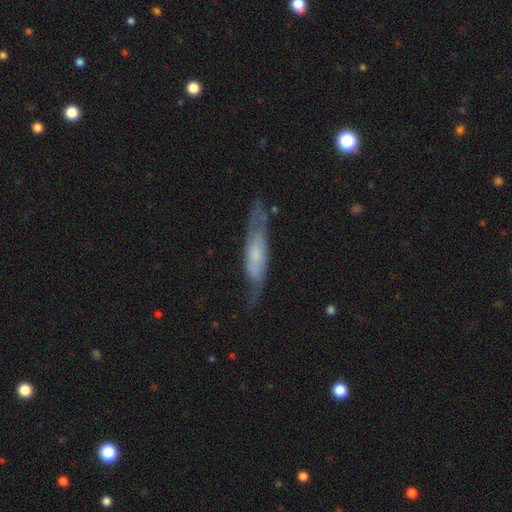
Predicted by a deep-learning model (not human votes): A featured or disk galaxy (57%).

Vote fractions:
- Smooth or featured? featured or disk: 57% / smooth: 36% / star or artifact: 6%
- Edge-on disk? no: 54% / yes: 46%
- Merging? none: 59% / minor disturbance: 26% / major disturbance: 12% / merger: 2%